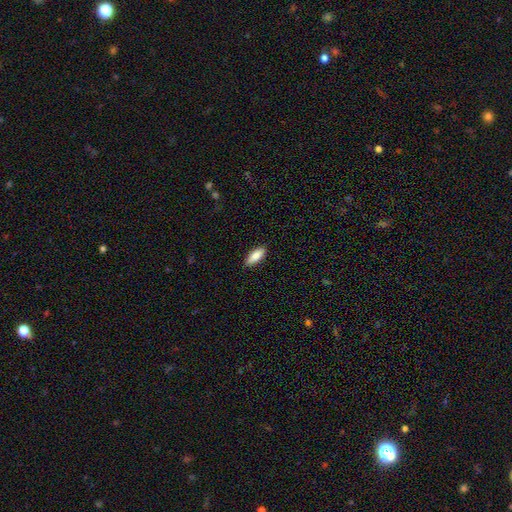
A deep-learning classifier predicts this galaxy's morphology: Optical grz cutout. It shows a smooth galaxy with no disk features (85%) that is in between round and cigar-shaped (68%). Merging: none (88%).